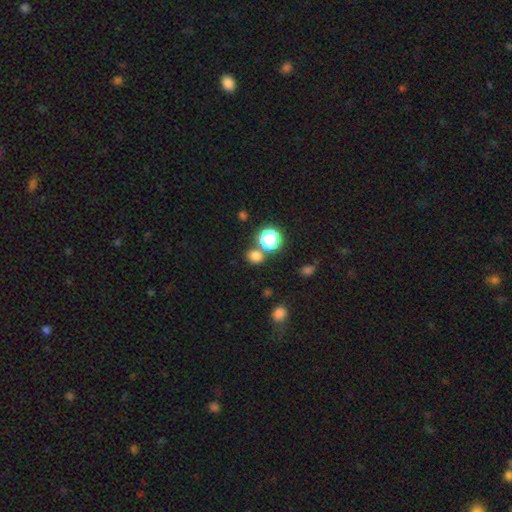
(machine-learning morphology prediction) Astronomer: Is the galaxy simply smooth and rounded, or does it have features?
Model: smooth — 75%.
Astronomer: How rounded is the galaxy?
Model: round — 79%.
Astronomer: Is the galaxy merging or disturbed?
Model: none — 72%.